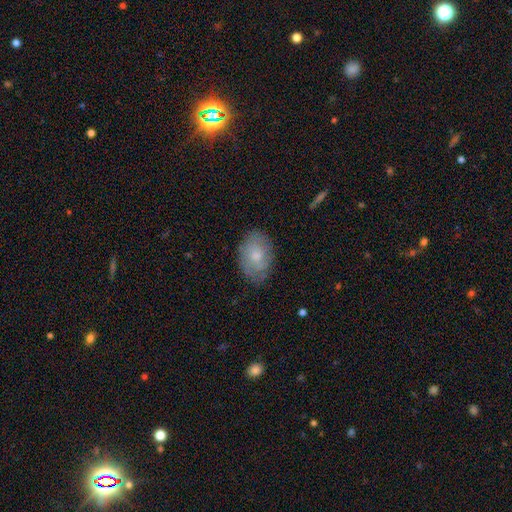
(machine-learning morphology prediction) type=smooth (63%); roundness=in between (84%); merging=none (74%).